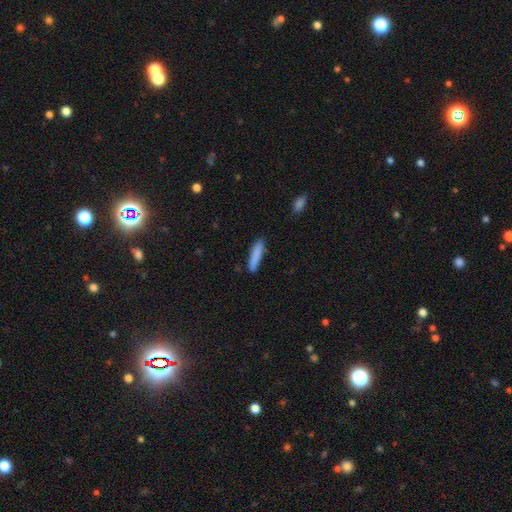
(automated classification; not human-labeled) Q: Smooth or featured?
A: smooth (85%); runner-up: featured or disk (9%)
Q: How rounded?
A: cigar-shaped (85%); runner-up: in between (13%)
Q: Merging?
A: none (83%); runner-up: minor disturbance (13%)